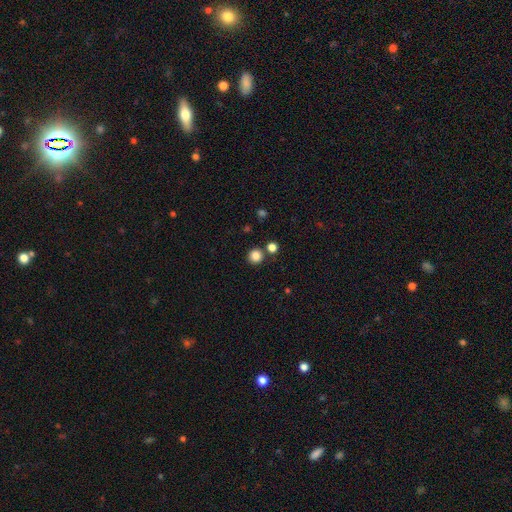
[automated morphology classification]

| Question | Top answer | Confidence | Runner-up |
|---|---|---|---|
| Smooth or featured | smooth | 84% | star or artifact (12%) |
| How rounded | round | 92% | in between (7%) |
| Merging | none | 81% | merger (10%) |